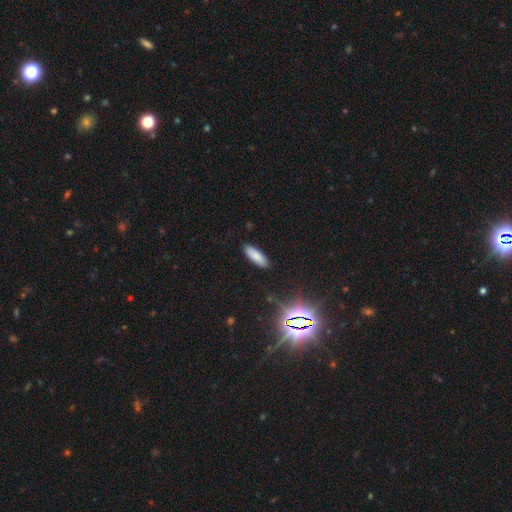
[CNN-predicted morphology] smooth_or_featured: smooth (p=0.82) [alt: star or artifact p=0.10]
how_rounded: in between (p=0.57) [alt: cigar-shaped p=0.41]
merging: none (p=0.89) [alt: minor disturbance p=0.08]